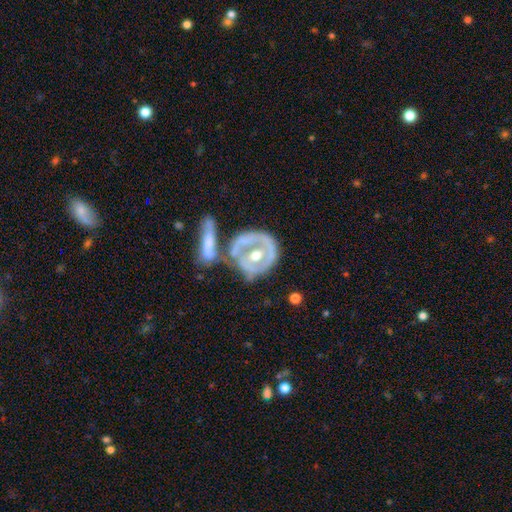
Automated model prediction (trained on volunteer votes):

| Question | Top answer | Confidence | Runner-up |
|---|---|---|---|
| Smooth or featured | featured or disk | 71% | smooth (23%) |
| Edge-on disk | no | 93% | yes (7%) |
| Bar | no | 66% | weak (21%) |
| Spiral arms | no | 66% | yes (34%) |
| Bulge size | moderate | 76% | small (16%) |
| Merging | none | 42% | merger (28%) |